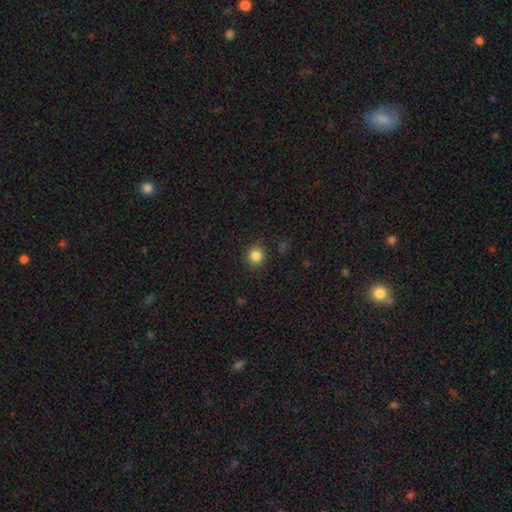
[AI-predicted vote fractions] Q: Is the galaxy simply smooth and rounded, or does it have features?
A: smooth — 85%.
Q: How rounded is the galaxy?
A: round — 91%.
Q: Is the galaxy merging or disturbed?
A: none — 89%.